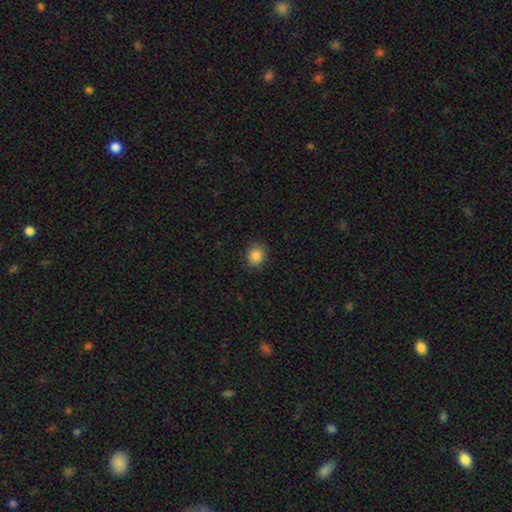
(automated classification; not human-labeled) Morphology: type=smooth (86%); roundness=round (75%); merging=none (87%).